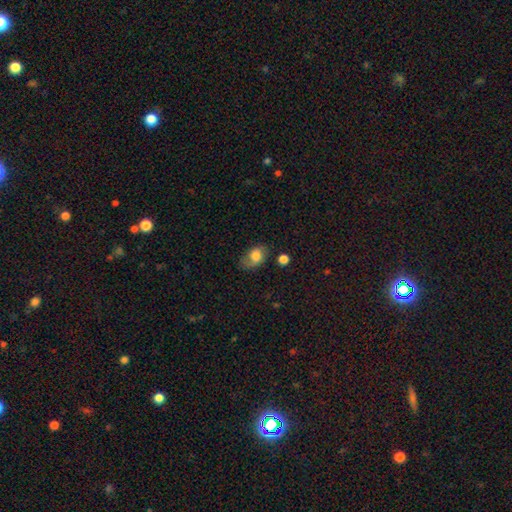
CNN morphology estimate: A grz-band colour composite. It shows a smooth galaxy with no disk features (71%) that is in between round and cigar-shaped (80%). Merging: none (59%).